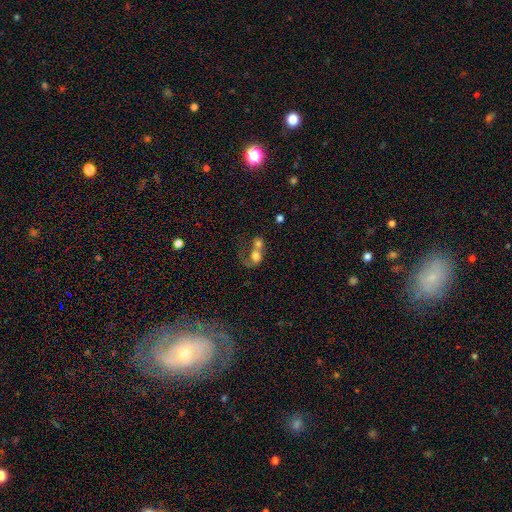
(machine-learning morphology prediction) This appears to be a smooth galaxy with no disk features (54%) that is in between round and cigar-shaped (51%). Merging: merger (72%).